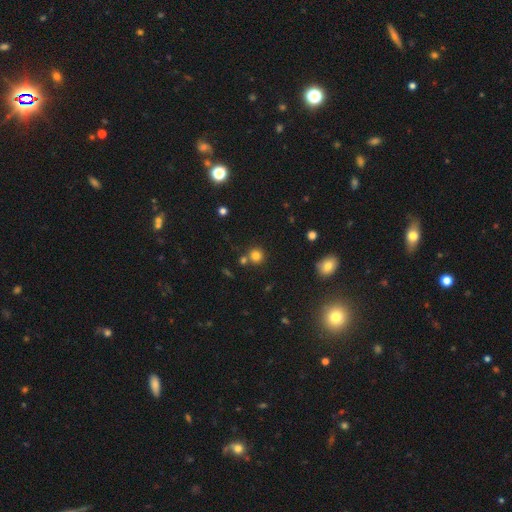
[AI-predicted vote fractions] Smooth or featured? smooth (79%)
How rounded? round (92%)
Merging? none (74%)